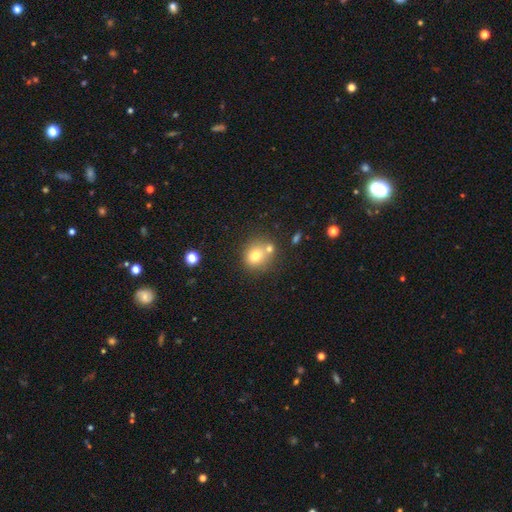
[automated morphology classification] Smooth or featured?
  - smooth: 74% *
  - featured or disk: 14%
  - star or artifact: 13%
How rounded?
  - round: 82% *
  - in between: 18%
  - cigar-shaped: 1%
Merging?
  - none: 60% *
  - merger: 26%
  - minor disturbance: 11%
  - major disturbance: 4%